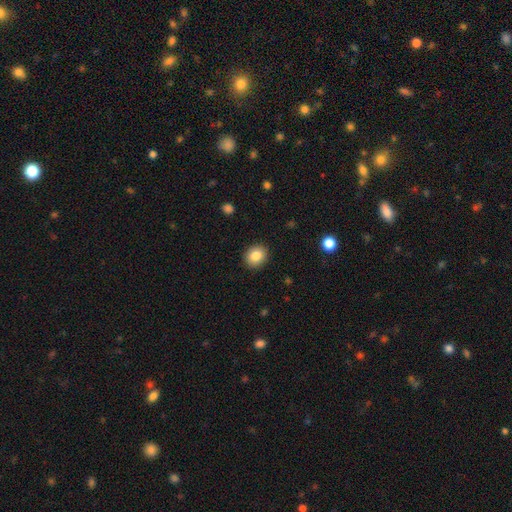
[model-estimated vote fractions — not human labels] Smooth or featured? Predicted: smooth (p=0.85). How rounded? Predicted: round (p=0.72). Merging? Predicted: none (p=0.90).